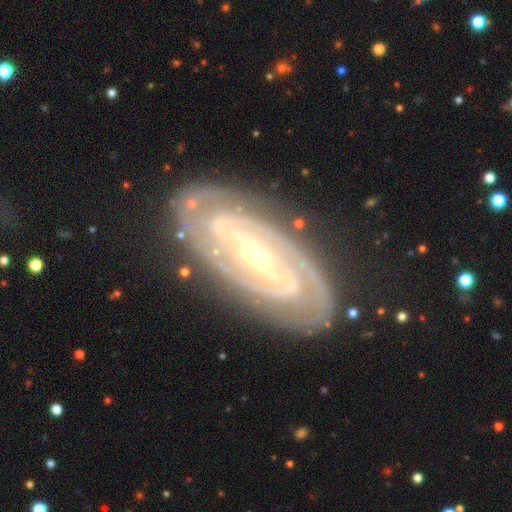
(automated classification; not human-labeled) The model was most divided on "bar": no: 42%, weak: 33%, strong: 25%. Remaining: spiral arms — yes (96%); edge-on disk — no (94%); smooth or featured — featured or disk (89%); merging — none (81%); spiral winding — tight (77%); bulge size — small (71%); spiral arm count — 2 (46%).